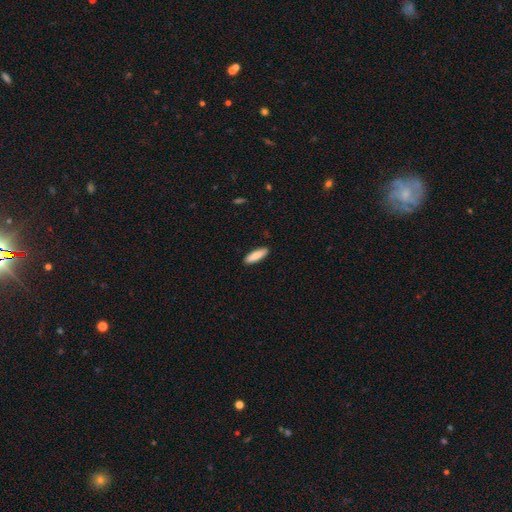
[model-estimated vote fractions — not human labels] Smooth or featured: smooth — 87% (featured or disk — 8%)
How rounded: cigar-shaped — 57% (in between — 41%)
Merging: none — 90% (minor disturbance — 8%)